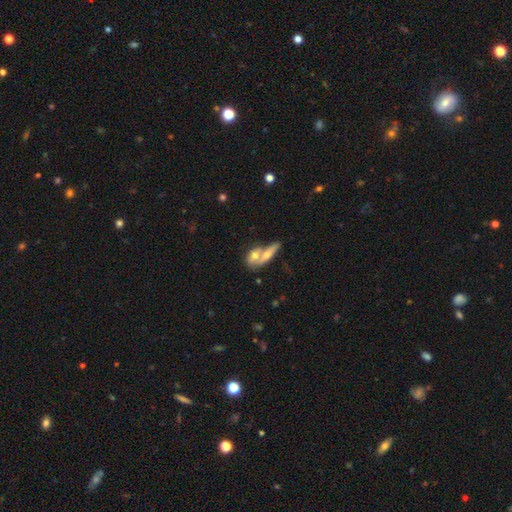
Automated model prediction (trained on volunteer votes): Overall: smooth (56%; featured or disk 37%). How rounded: in between (58%; cigar-shaped 29%). Merging: merger (62%; none 25%).